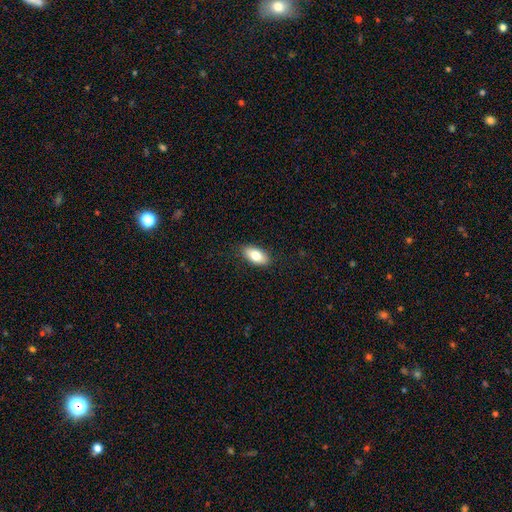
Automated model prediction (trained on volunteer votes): Smooth or featured: smooth — 79% (featured or disk — 15%)
How rounded: in between — 91% (cigar-shaped — 6%)
Merging: none — 88% (minor disturbance — 9%)